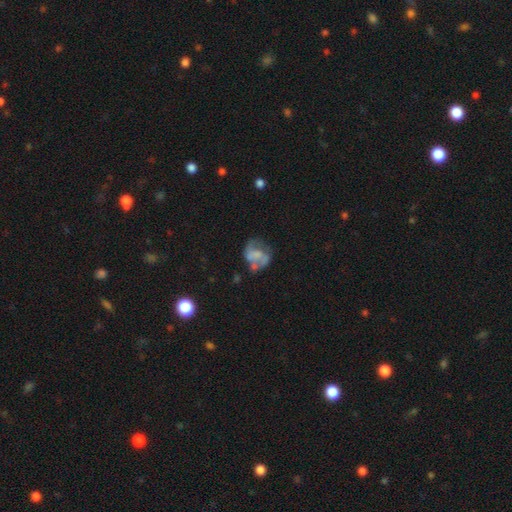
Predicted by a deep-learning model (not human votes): A featured or disk galaxy (53%) with no bar (66%), no spiral arms (60%) and no central bulge (50%). Merging: none (40%).